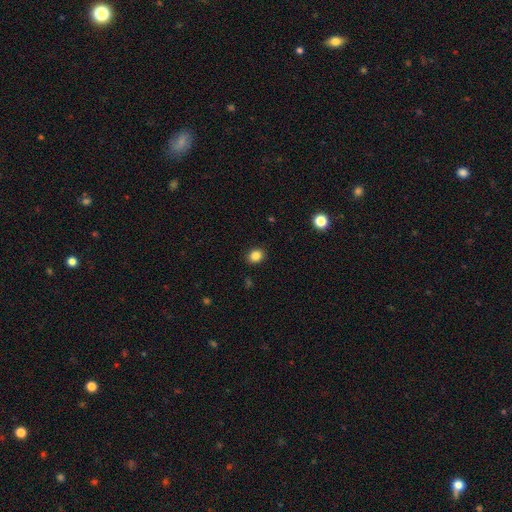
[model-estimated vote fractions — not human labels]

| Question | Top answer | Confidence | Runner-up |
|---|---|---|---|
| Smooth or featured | smooth | 85% | star or artifact (11%) |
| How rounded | round | 59% | in between (40%) |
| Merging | none | 90% | minor disturbance (7%) |